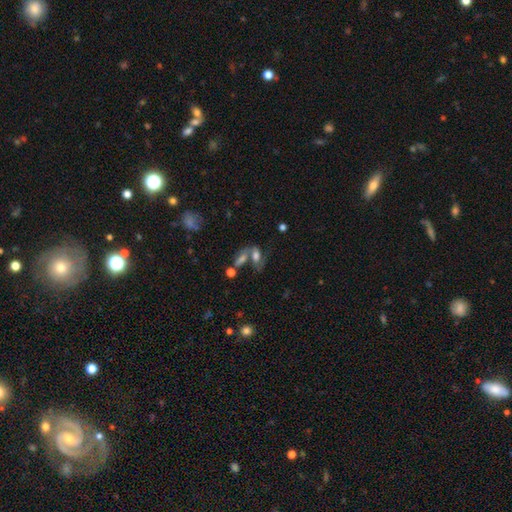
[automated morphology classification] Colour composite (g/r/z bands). It shows a smooth galaxy with no disk features (53%) that is in between round and cigar-shaped (80%). Merging: merger (47%).